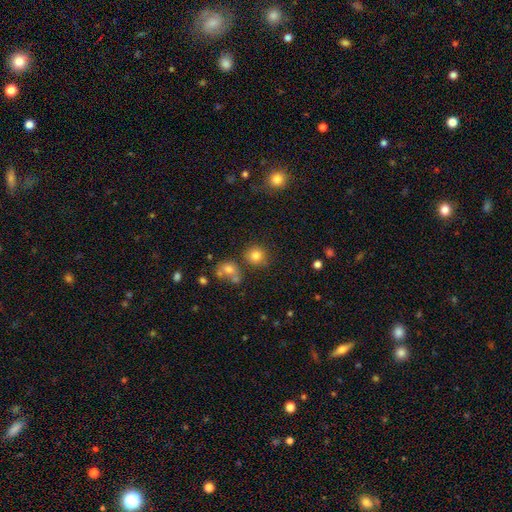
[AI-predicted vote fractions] A smooth galaxy with no disk features (80%) that is round (88%). Merging: none (75%).